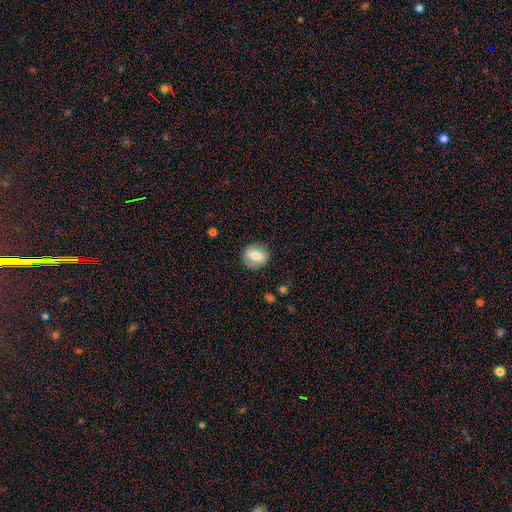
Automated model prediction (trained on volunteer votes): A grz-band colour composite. It shows a smooth galaxy with no disk features (69%) that is round (62%). Merging: none (81%).